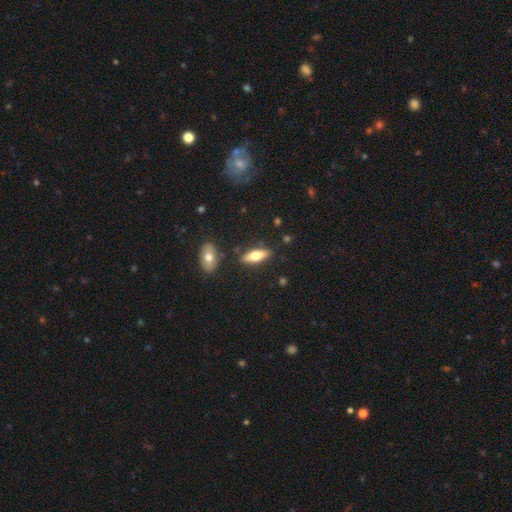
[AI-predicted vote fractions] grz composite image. It shows a smooth galaxy with no disk features (65%) that is in between round and cigar-shaped (65%). Merging: none (83%).